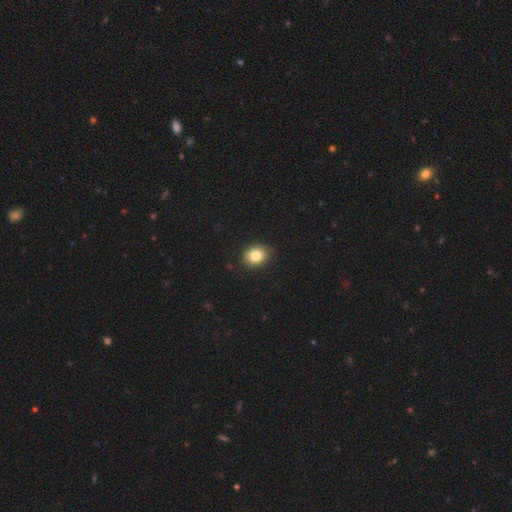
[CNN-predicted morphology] Smooth or featured?
  - smooth: 82% *
  - star or artifact: 10%
  - featured or disk: 8%
How rounded?
  - in between: 51% *
  - round: 48%
  - cigar-shaped: 1%
Merging?
  - none: 84% *
  - minor disturbance: 13%
  - major disturbance: 2%
  - merger: 1%